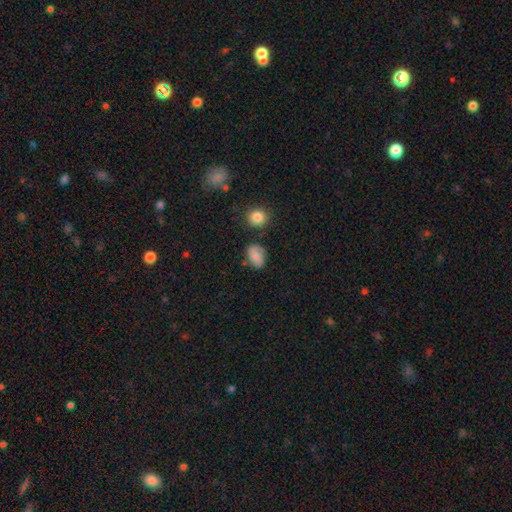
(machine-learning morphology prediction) A smooth galaxy with no disk features (67%) that is in between round and cigar-shaped (73%). Merging: none (65%).